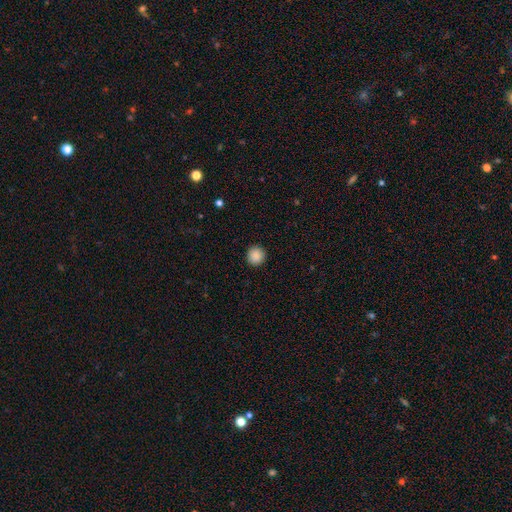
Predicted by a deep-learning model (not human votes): Overall: smooth (89%). How rounded: round (94%). Merging: none (93%).